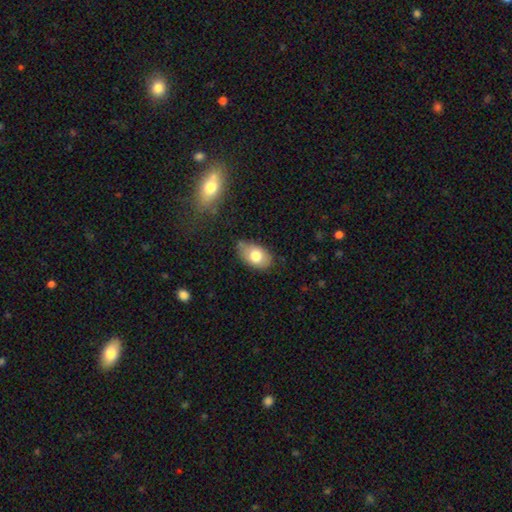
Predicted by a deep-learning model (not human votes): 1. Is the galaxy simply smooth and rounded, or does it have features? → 75% smooth, 17% featured or disk, 8% star or artifact.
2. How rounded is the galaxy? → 89% in between, 9% round, 2% cigar-shaped.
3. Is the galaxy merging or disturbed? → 63% none, 29% minor disturbance, 6% major disturbance, 3% merger.